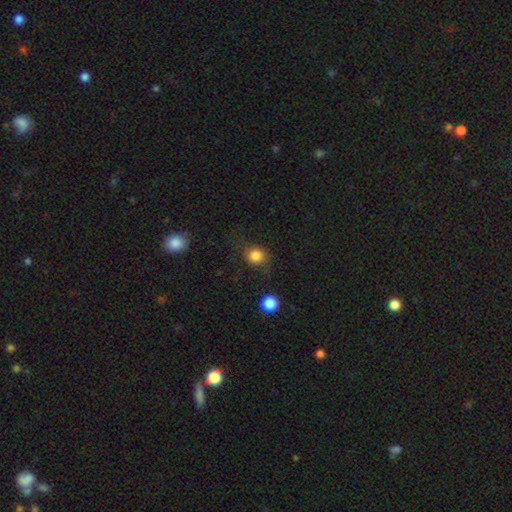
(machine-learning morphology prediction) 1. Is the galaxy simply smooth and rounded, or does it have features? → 82% smooth, 12% star or artifact, 6% featured or disk.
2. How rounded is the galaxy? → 80% round, 19% in between, 1% cigar-shaped.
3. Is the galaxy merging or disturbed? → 73% none, 16% minor disturbance, 8% major disturbance, 3% merger.